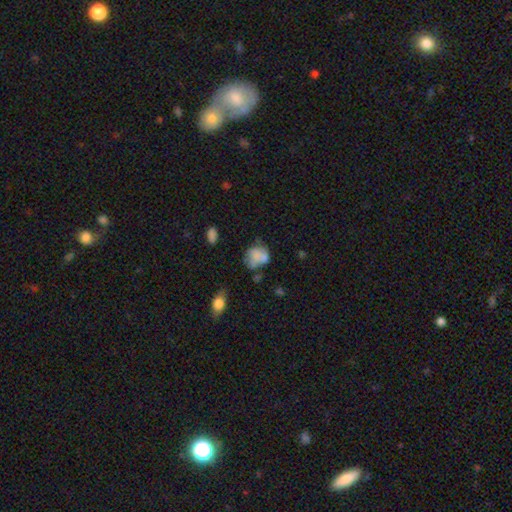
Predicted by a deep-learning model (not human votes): Smooth or featured? smooth (63%)
How rounded? round (55%)
Merging? none (39%)